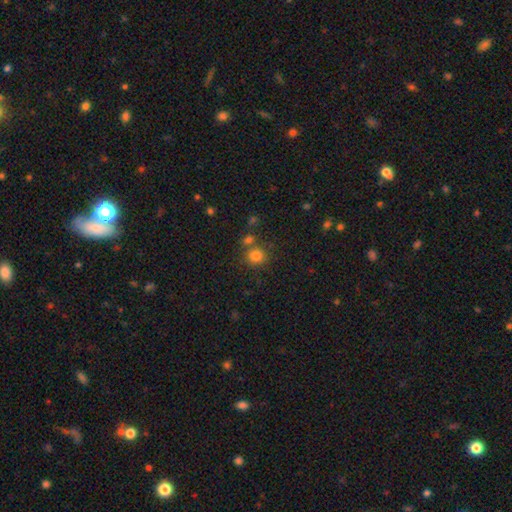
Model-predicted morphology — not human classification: Overall: smooth (80%). How rounded: round (88%). Merging: none (71%).